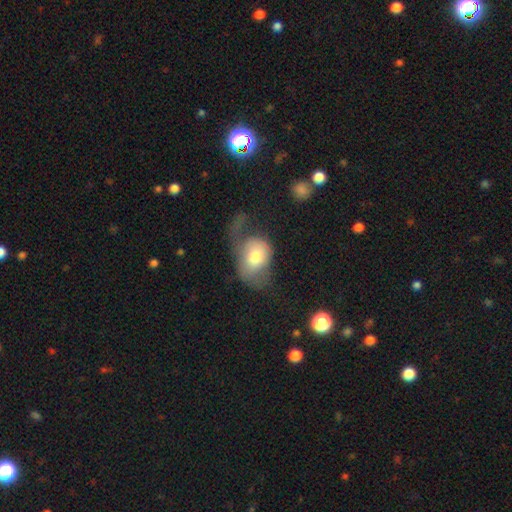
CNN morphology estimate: Overall: smooth (63%; featured or disk 30%). How rounded: in between (65%; round 34%). Merging: major disturbance (57%; minor disturbance 21%).